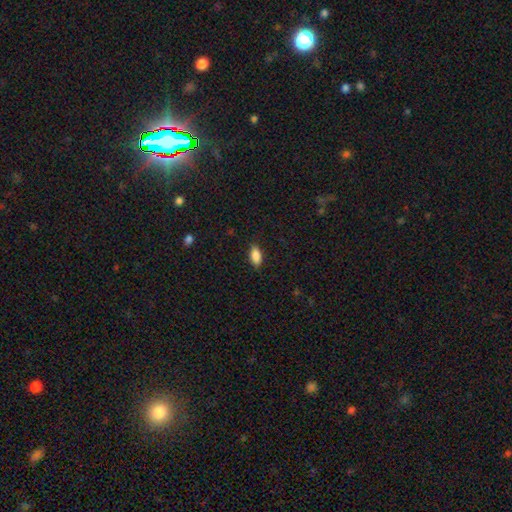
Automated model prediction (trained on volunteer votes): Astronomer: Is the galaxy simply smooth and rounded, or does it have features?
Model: smooth — 87%.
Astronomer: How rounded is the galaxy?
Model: in between — 89%.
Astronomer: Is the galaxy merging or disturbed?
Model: none — 86%.